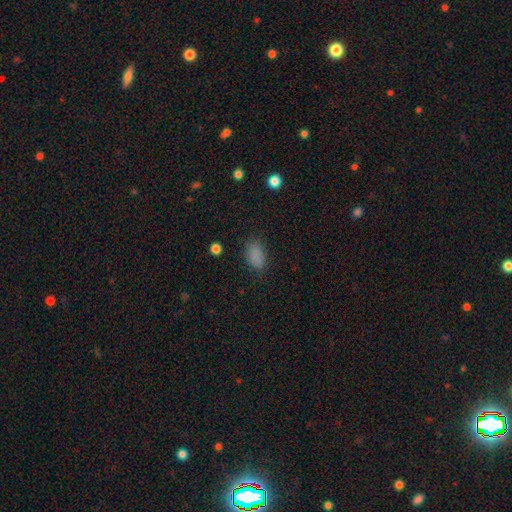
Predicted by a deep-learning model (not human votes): Morphology: type=smooth (84%); roundness=in between (89%); merging=none (80%).